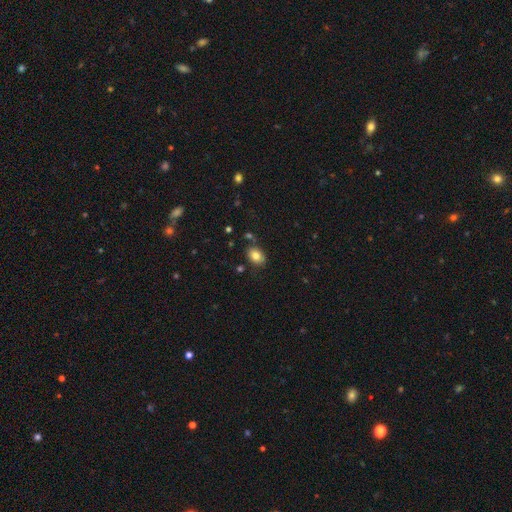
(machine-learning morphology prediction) This is clearly a smooth galaxy (83%). How rounded: likely in between (76%). Merging: likely none (79%).